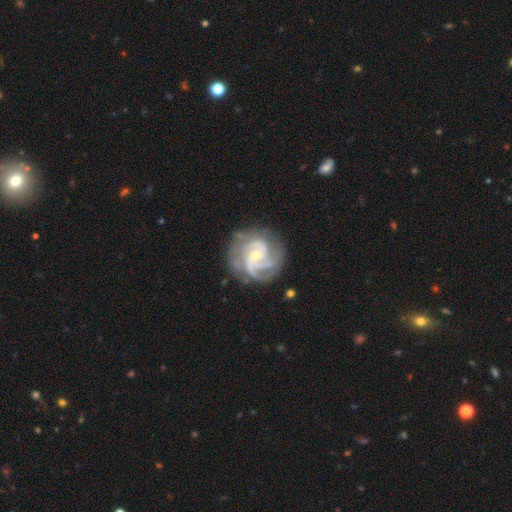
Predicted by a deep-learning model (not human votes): This appears to be a featured or disk galaxy (91%) with no bar (51%), 3 (47%) medium (46%) spiral arms (98%) and a small central bulge (70%). Merging: none (73%).